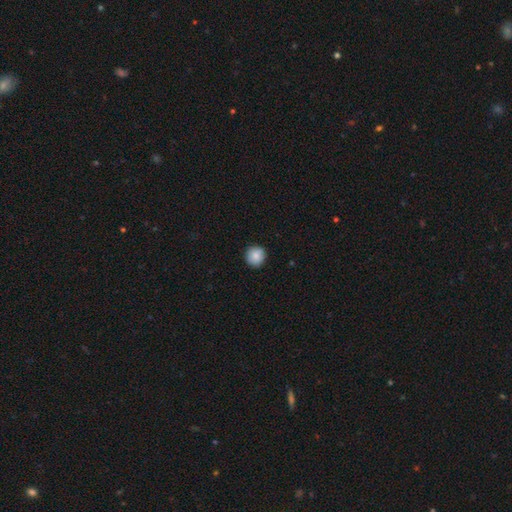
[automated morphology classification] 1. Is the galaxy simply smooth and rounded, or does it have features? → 86% smooth, 8% star or artifact, 6% featured or disk.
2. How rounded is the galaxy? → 92% round, 7% in between, 1% cigar-shaped.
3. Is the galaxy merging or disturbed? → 89% none, 9% minor disturbance, 2% major disturbance, 1% merger.